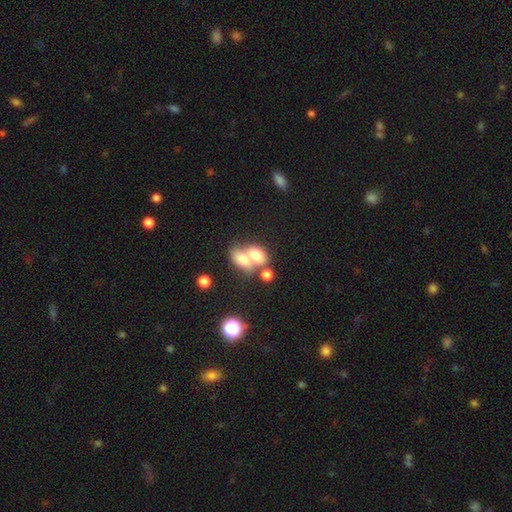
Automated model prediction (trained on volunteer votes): This is likely a smooth galaxy (72%). How rounded: likely in between (79%). Merging: likely merger (65%).